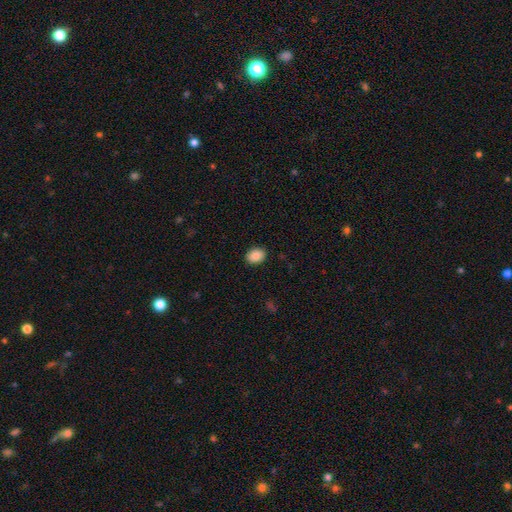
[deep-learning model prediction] The model was most divided on "how rounded": in between: 66%, round: 33%, cigar-shaped: 1%. More confident: merging — none (90%); smooth or featured — smooth (87%).